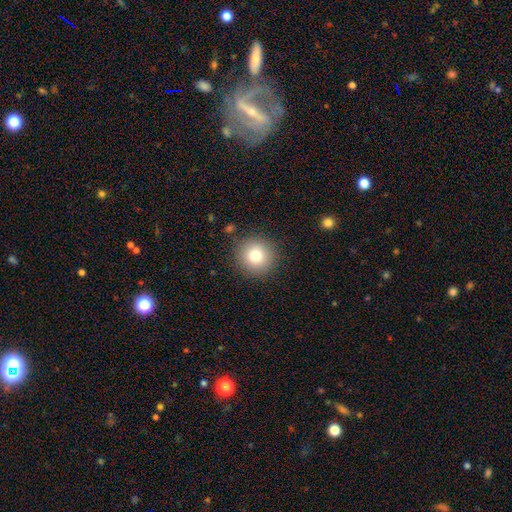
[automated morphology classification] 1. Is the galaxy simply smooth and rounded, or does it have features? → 79% smooth, 11% star or artifact, 10% featured or disk.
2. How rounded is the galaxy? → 95% round, 4% in between, 1% cigar-shaped.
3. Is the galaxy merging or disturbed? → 88% none, 7% minor disturbance, 3% major disturbance, 2% merger.